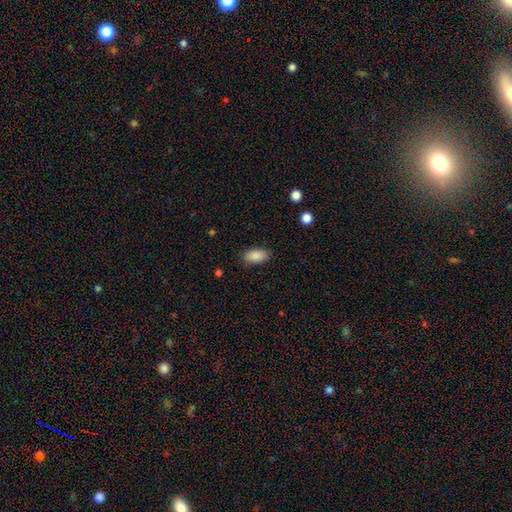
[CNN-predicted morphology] type=smooth (88%); roundness=in between (93%); merging=none (85%).